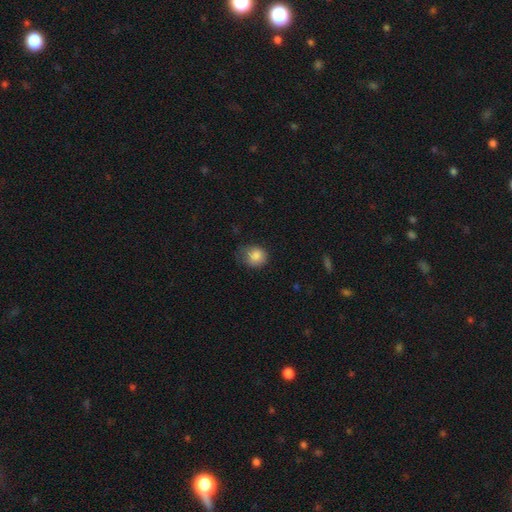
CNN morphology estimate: This is clearly a smooth galaxy (84%). How rounded: likely round (72%). Merging: possibly none (52%).